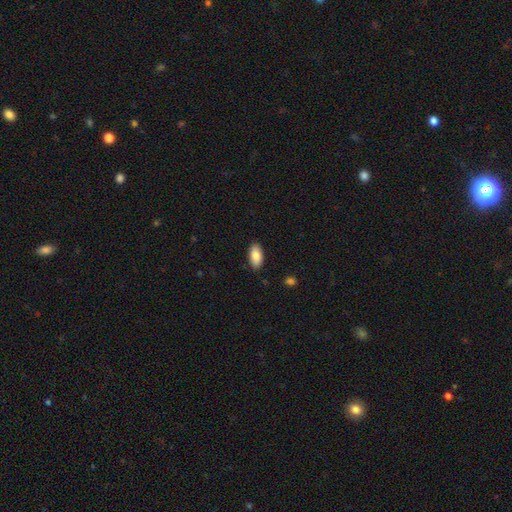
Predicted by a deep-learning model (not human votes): Smooth or featured: smooth — 86% (featured or disk — 8%)
How rounded: in between — 93% (cigar-shaped — 5%)
Merging: none — 88% (minor disturbance — 9%)